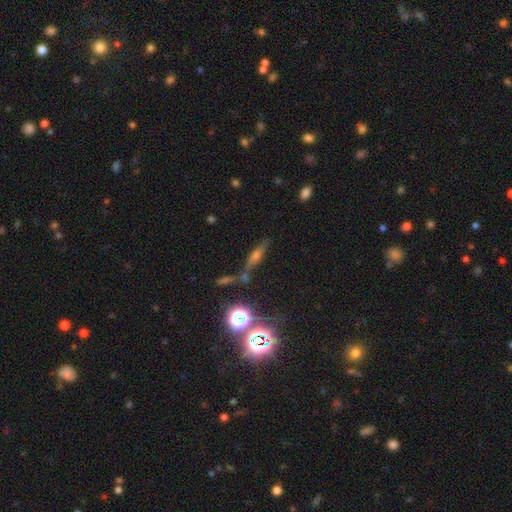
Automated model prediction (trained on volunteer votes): Smooth or featured?
  - featured or disk: 41% *
  - smooth: 32%
  - star or artifact: 27%
Merging?
  - none: 71% *
  - minor disturbance: 13%
  - merger: 10%
  - major disturbance: 5%